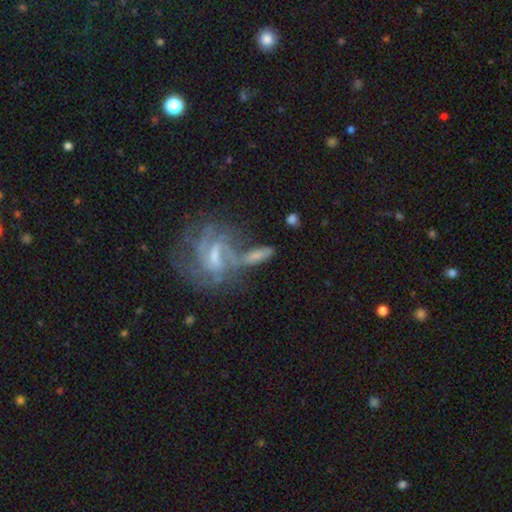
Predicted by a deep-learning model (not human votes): Overall: featured or disk (50%; smooth 40%). Merging: none (40%; merger 34%).